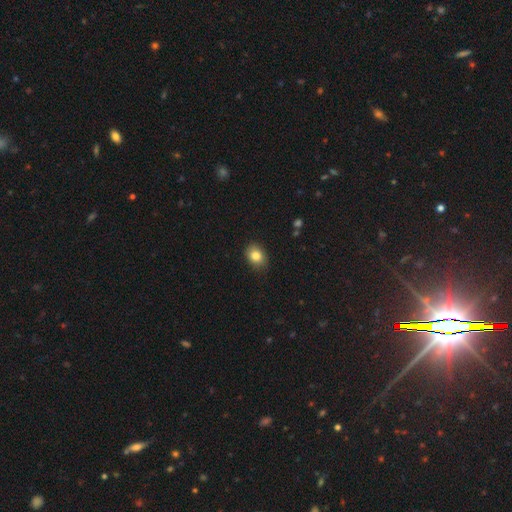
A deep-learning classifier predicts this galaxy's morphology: smooth-or-featured: smooth: 83% | star or artifact: 10% | featured or disk: 7%
  how-rounded: in between: 59% | round: 40% | cigar-shaped: 1%
  merging: none: 85% | minor disturbance: 12% | major disturbance: 2% | merger: 1%